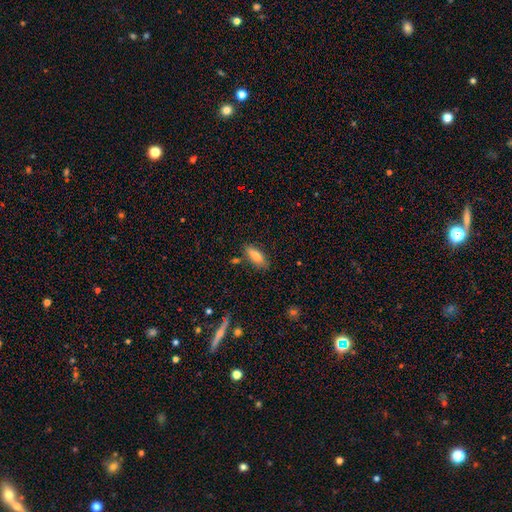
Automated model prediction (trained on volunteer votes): Overall: smooth (81%). How rounded: in between (70%). Merging: none (81%).